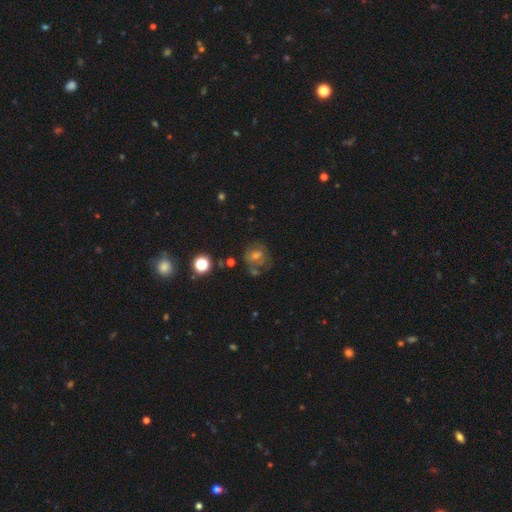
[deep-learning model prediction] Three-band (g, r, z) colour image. It shows a smooth galaxy with no disk features (39%). Merging: none (61%).